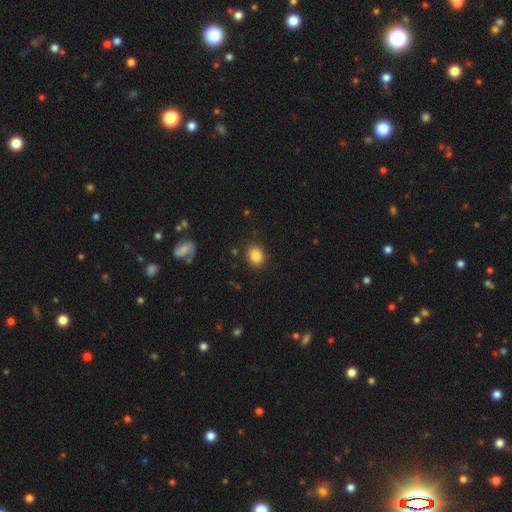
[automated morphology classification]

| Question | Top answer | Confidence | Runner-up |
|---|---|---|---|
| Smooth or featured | smooth | 84% | star or artifact (10%) |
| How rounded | round | 60% | in between (39%) |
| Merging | none | 86% | minor disturbance (10%) |